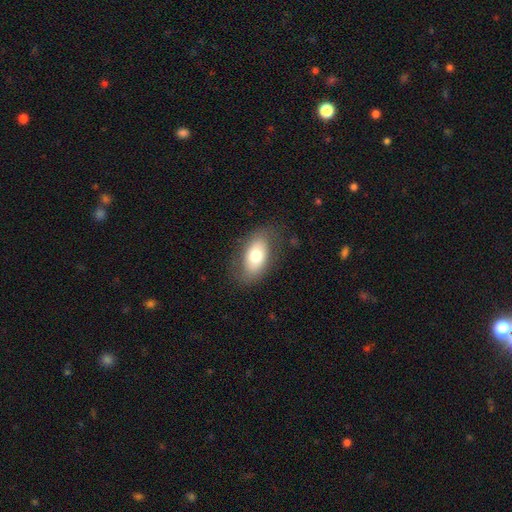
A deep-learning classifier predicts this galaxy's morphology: smooth-or-featured: smooth: 68% | featured or disk: 25% | star or artifact: 7%
  how-rounded: in between: 92% | round: 5% | cigar-shaped: 3%
  merging: none: 77% | minor disturbance: 16% | major disturbance: 6% | merger: 1%